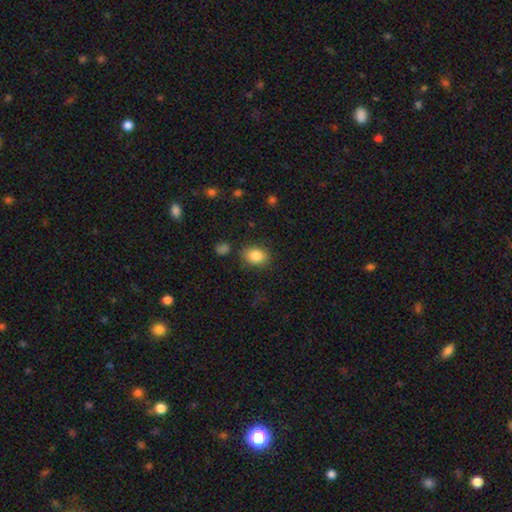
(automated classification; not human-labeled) Morphology: type=smooth (85%); roundness=in between (65%); merging=none (83%).